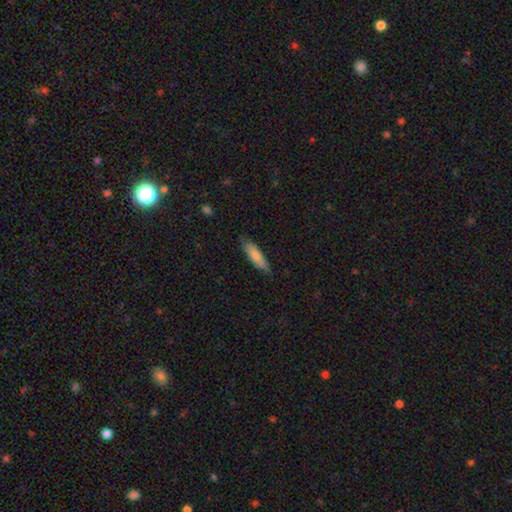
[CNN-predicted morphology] This appears to be a smooth galaxy with no disk features (75%) that is cigar-shaped (63%). Merging: none (81%).